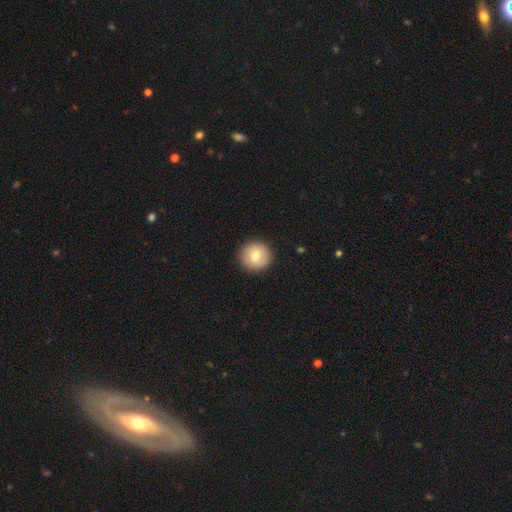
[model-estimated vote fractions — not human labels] Morphology: type=smooth (76%); roundness=round (93%); merging=none (91%).